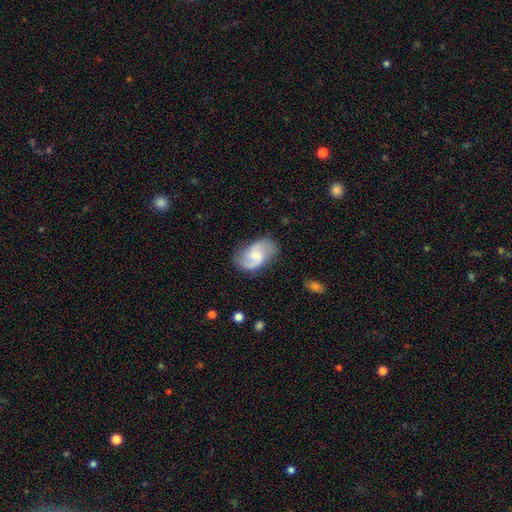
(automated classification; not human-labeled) This appears to be a featured or disk galaxy (76%) with a weak bar (48%), 2 (89%) medium (46%) spiral arms (95%) and a small central bulge (45%). Merging: none (77%).